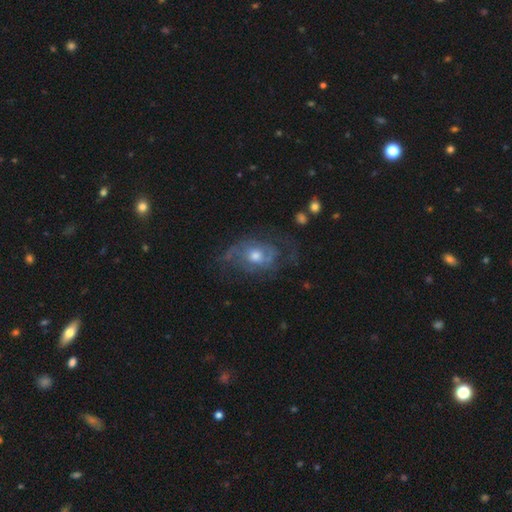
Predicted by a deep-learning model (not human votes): The model was most divided on "spiral arm count": 2: 41%, can't tell: 36%, 3: 8%, 1: 7%, 4: 3%, more than 4: 3%. Remaining: edge-on disk — no (95%); bar — no (76%); spiral arms — yes (75%); smooth or featured — featured or disk (71%); bulge size — moderate (68%); merging — none (52%); spiral winding — medium (41%).